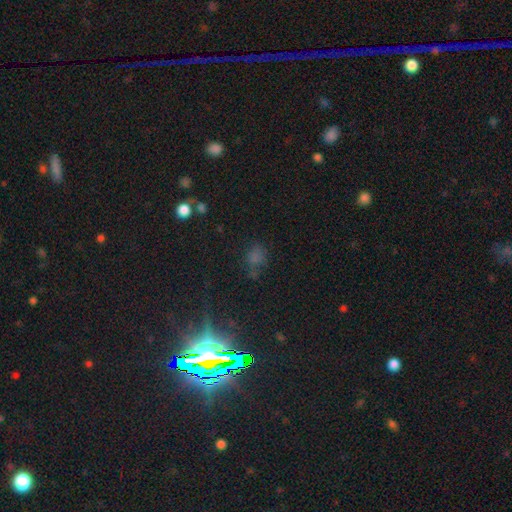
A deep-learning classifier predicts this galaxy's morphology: This is possibly a star or artifact rather than a galaxy (50%).